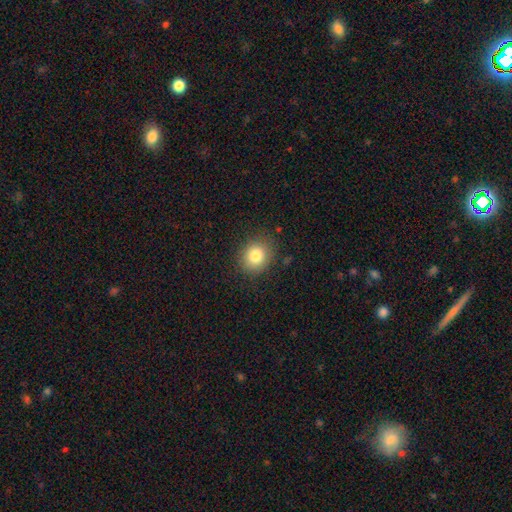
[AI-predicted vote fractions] Q: Smooth or featured?
A: smooth (82%); runner-up: star or artifact (10%)
Q: How rounded?
A: round (66%); runner-up: in between (33%)
Q: Merging?
A: none (84%); runner-up: minor disturbance (11%)